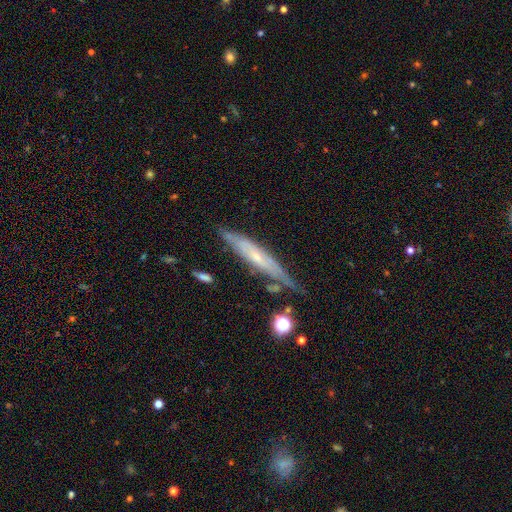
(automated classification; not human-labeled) A featured or disk galaxy (62%) viewed edge-on (75%). Merging: none (66%).